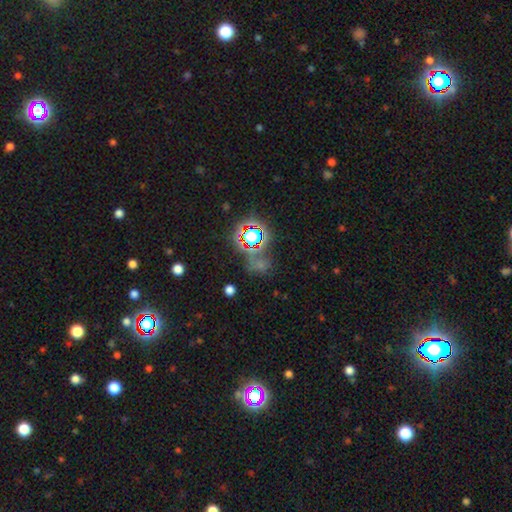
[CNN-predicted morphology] This is likely a star or artifact rather than a galaxy (69%).